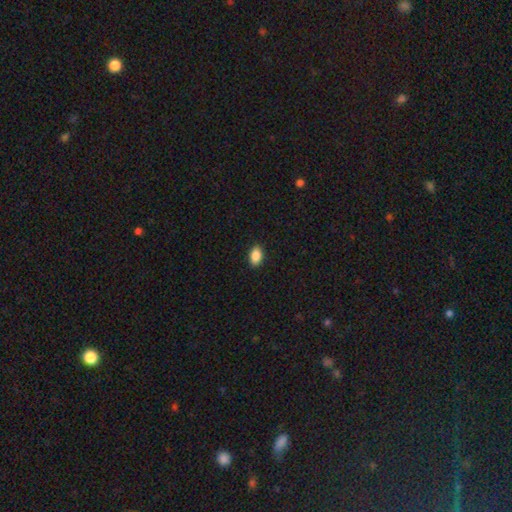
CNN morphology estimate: smooth_or_featured: smooth (p=0.88) [alt: star or artifact p=0.08]
how_rounded: in between (p=0.91) [alt: round p=0.07]
merging: none (p=0.90) [alt: minor disturbance p=0.07]